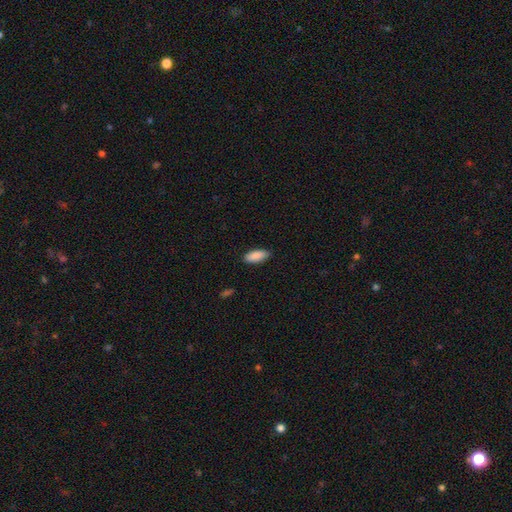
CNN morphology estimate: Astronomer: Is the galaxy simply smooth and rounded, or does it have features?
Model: smooth — 90%.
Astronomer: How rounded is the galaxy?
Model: in between — 85%.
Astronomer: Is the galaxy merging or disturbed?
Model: none — 86%.